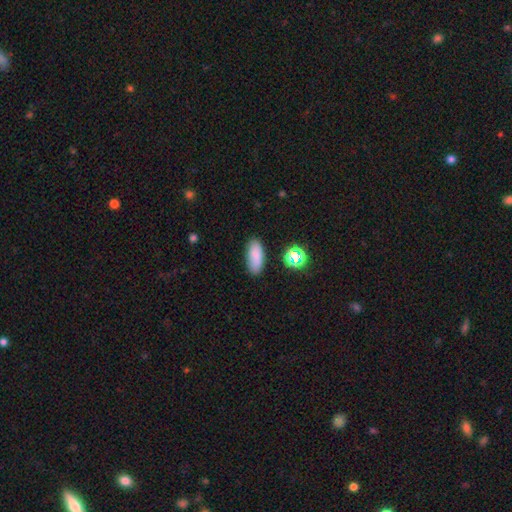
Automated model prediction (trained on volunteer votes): Smooth or featured?
  - smooth: 82% *
  - star or artifact: 11%
  - featured or disk: 8%
How rounded?
  - in between: 84% *
  - cigar-shaped: 12%
  - round: 4%
Merging?
  - none: 82% *
  - minor disturbance: 12%
  - major disturbance: 3%
  - merger: 3%